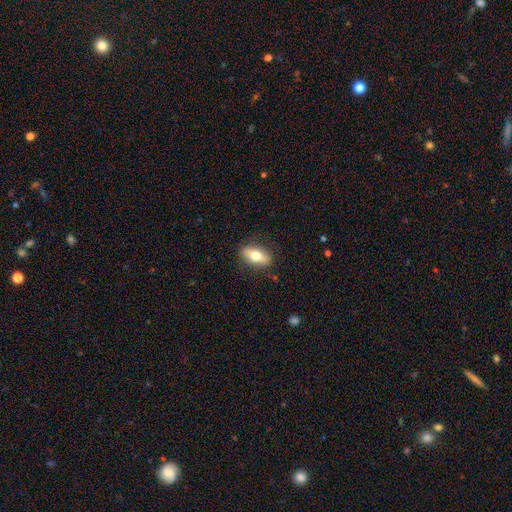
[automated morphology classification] Overall: smooth (66%; featured or disk 27%). How rounded: in between (81%). Merging: none (85%).